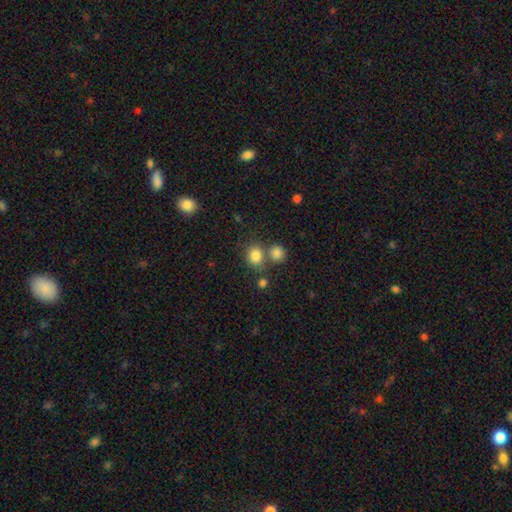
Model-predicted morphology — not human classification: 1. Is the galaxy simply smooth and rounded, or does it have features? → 82% smooth, 12% star or artifact, 6% featured or disk.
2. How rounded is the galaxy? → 72% round, 27% in between, 1% cigar-shaped.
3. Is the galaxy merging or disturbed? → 61% none, 26% merger, 10% minor disturbance, 4% major disturbance.